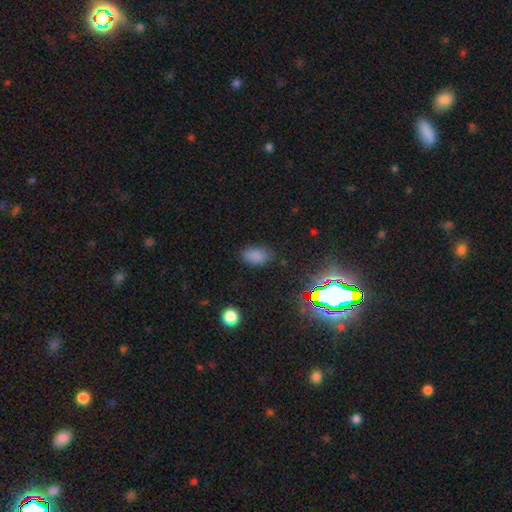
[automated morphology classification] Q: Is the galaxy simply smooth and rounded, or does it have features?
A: smooth — 80%.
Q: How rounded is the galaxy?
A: in between — 90%.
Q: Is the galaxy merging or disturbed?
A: none — 81%.